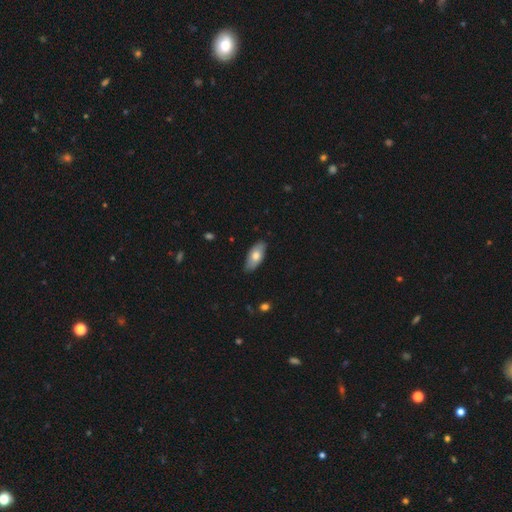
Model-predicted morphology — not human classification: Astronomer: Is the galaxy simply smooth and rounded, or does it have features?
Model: smooth — 70%.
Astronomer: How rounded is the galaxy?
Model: in between — 89%.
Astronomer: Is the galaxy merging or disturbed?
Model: none — 86%.